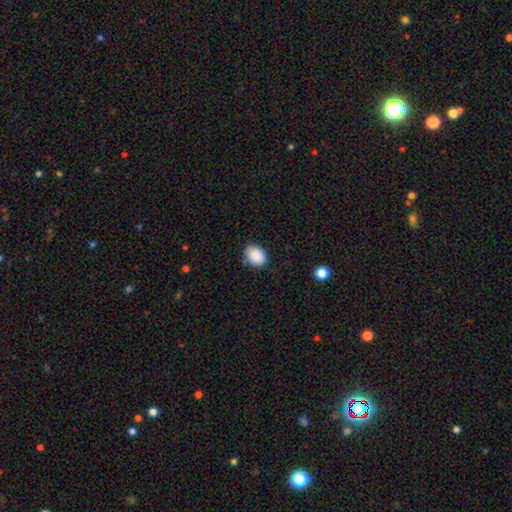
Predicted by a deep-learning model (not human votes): Q: Smooth or featured?
A: smooth (89%); runner-up: star or artifact (7%)
Q: How rounded?
A: in between (80%); runner-up: round (19%)
Q: Merging?
A: none (80%); runner-up: minor disturbance (15%)